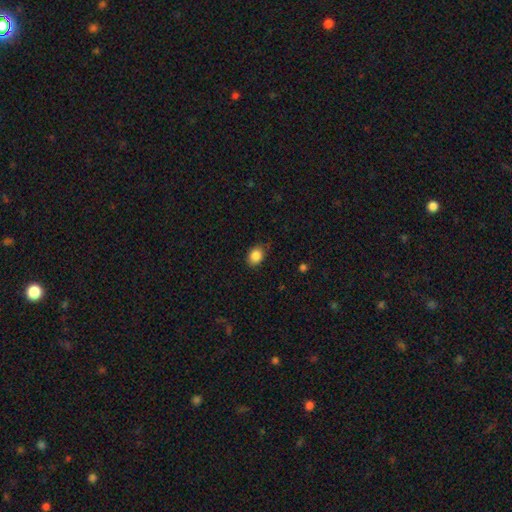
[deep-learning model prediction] Smooth or featured? Predicted: smooth (p=0.86). How rounded? Predicted: in between (p=0.63). Merging? Predicted: none (p=0.79).